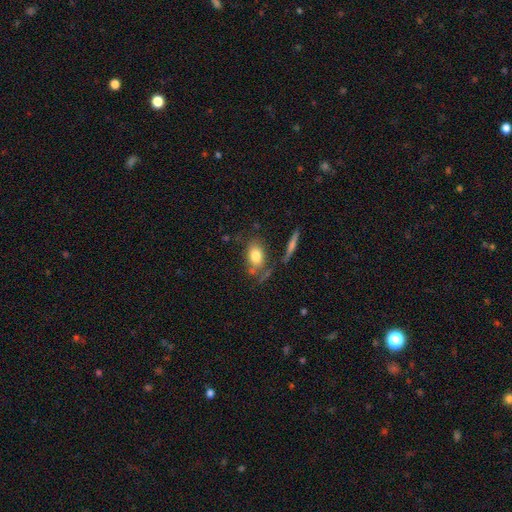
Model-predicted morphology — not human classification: A smooth galaxy with no disk features (77%) that is in between round and cigar-shaped (81%). Merging: none (63%).